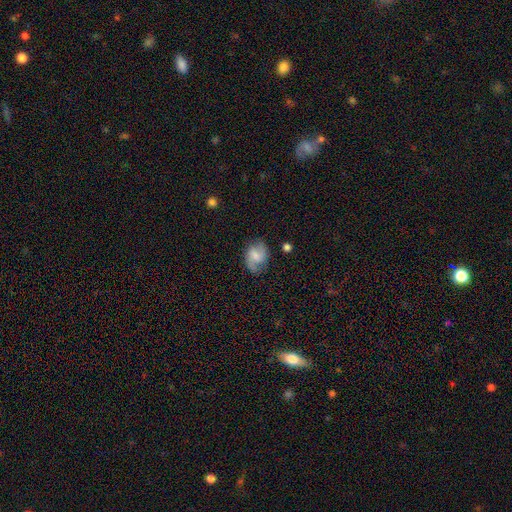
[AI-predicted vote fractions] Overall: featured or disk (51%; smooth 41%). Edge-on disk: no (97%). Merging: none (73%).